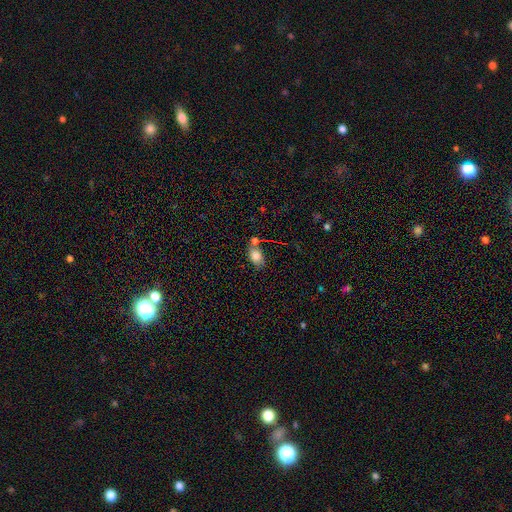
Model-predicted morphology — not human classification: This appears to be a smooth galaxy with no disk features (79%) that is in between round and cigar-shaped (79%). Merging: none (47%).